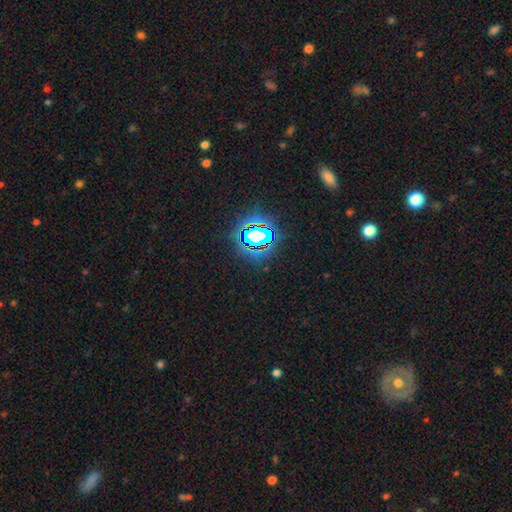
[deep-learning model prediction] Q: Smooth or featured?
A: star or artifact (79%); runner-up: smooth (12%)